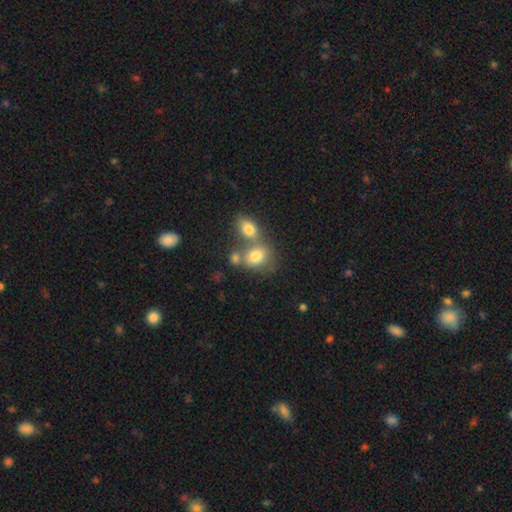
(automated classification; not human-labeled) This appears to be a smooth galaxy with no disk features (77%) that is in between round and cigar-shaped (60%). Merging: merger (47%).